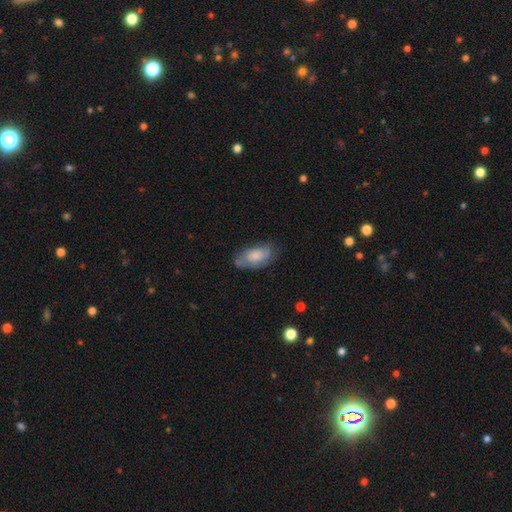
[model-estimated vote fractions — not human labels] A smooth galaxy with no disk features (64%) that is in between round and cigar-shaped (91%). Merging: none (57%).